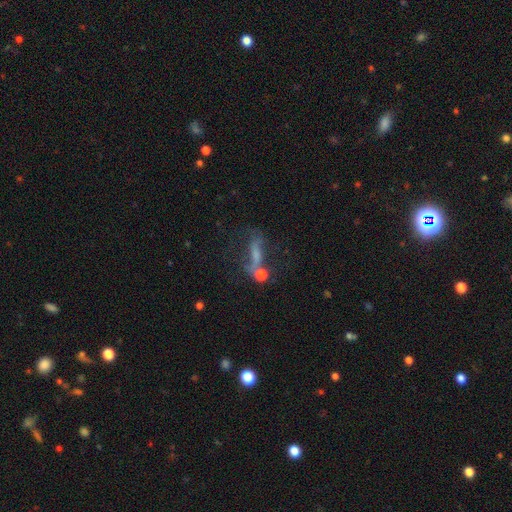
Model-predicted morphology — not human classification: Overall: featured or disk (47%; smooth 33%). Merging: none (38%; major disturbance 25%).